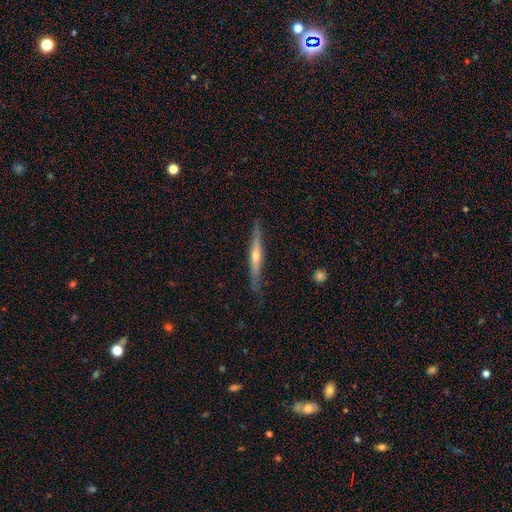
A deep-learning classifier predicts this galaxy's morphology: Q: Smooth or featured?
A: featured or disk (66%); runner-up: smooth (28%)
Q: Edge-on disk?
A: yes (95%); runner-up: no (5%)
Q: Edge-on bulge?
A: rounded (79%); runner-up: none (18%)
Q: Merging?
A: none (82%); runner-up: minor disturbance (14%)